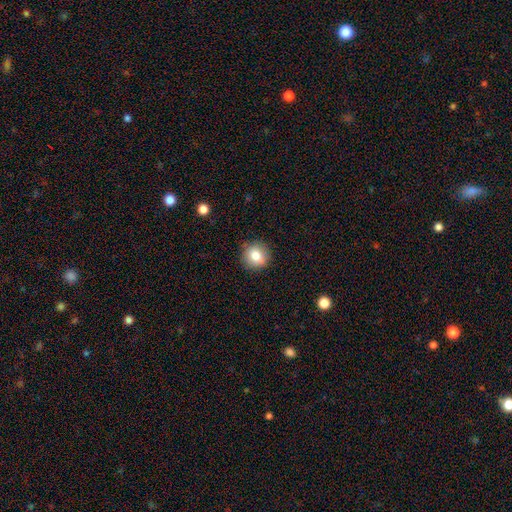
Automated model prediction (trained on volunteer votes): A smooth galaxy with no disk features (79%) that is round (90%).

Vote fractions:
- Smooth or featured? smooth: 79% / featured or disk: 11% / star or artifact: 10%
- How rounded? round: 90% / in between: 9% / cigar-shaped: 1%
- Merging? none: 89% / minor disturbance: 8% / major disturbance: 2% / merger: 1%